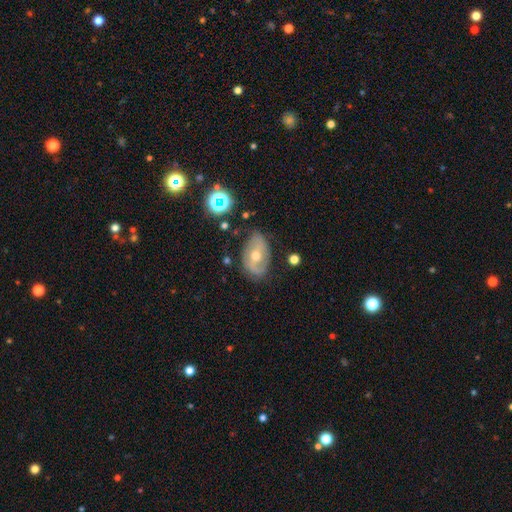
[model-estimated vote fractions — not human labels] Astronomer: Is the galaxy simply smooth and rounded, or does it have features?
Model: featured or disk — 67%.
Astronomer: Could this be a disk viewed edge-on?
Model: no — 93%.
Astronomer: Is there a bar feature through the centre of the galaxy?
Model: weak — 40% (runner-up: no, 36%).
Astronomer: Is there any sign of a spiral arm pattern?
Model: yes — 74%.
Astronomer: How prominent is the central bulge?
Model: moderate — 63%.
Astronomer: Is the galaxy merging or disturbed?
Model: none — 66%.